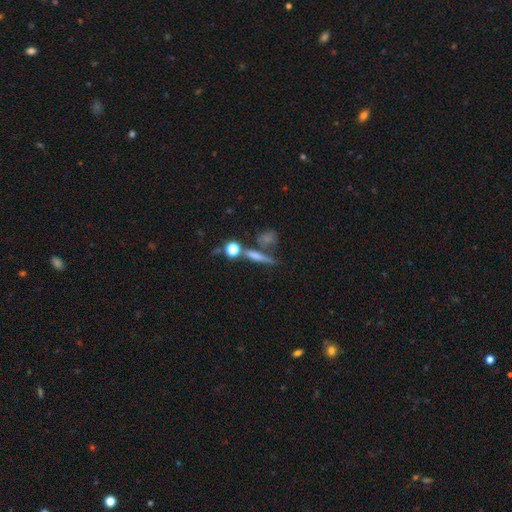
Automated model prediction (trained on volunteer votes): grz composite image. It shows a smooth galaxy with no disk features (55%) that is cigar-shaped (68%). Merging: none (61%).